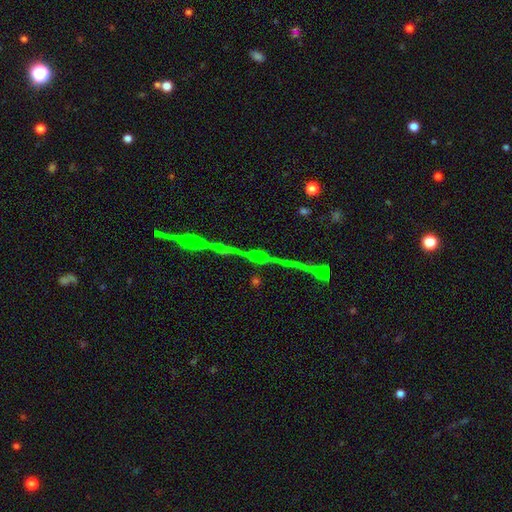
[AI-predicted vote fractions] Smooth or featured: star or artifact — 54% (featured or disk — 33%)